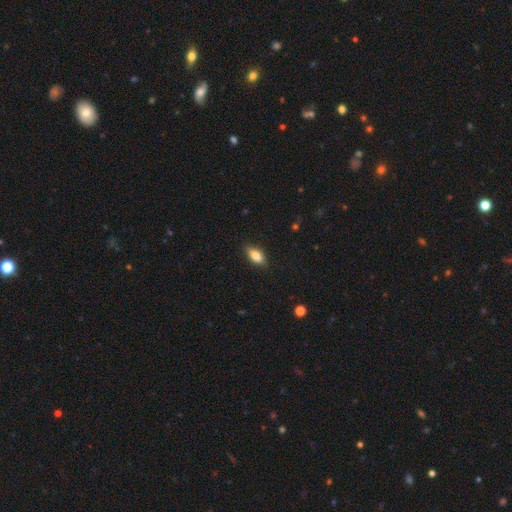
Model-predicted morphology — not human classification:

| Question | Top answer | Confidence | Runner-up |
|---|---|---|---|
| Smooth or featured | smooth | 79% | featured or disk (13%) |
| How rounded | in between | 85% | cigar-shaped (11%) |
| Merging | none | 84% | minor disturbance (12%) |